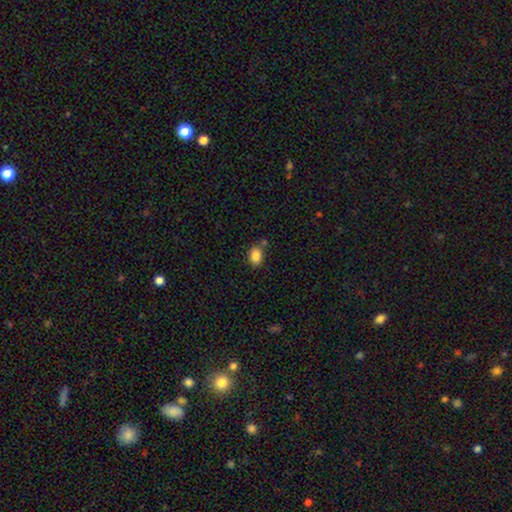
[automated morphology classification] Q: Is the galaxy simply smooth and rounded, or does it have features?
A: smooth — 87%.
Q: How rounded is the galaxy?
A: in between — 79%.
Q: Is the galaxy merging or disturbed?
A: none — 69%.